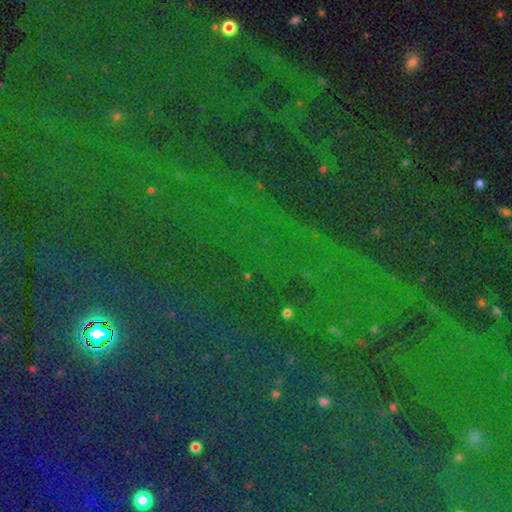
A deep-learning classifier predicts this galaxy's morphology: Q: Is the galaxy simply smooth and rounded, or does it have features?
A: star or artifact — 84%.